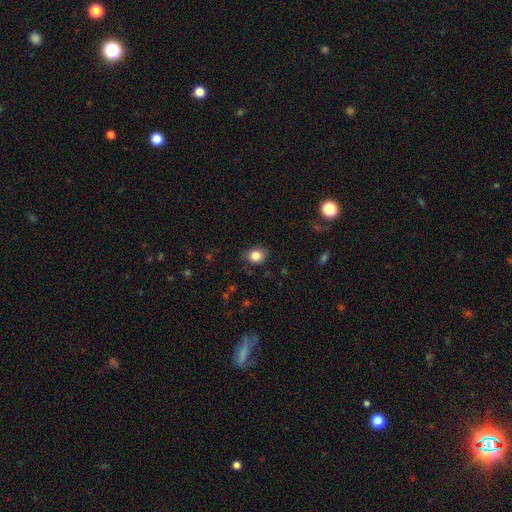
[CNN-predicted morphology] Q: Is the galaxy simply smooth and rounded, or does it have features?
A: smooth — 84%.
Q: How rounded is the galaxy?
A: round — 53%.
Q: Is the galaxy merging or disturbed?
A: none — 79%.